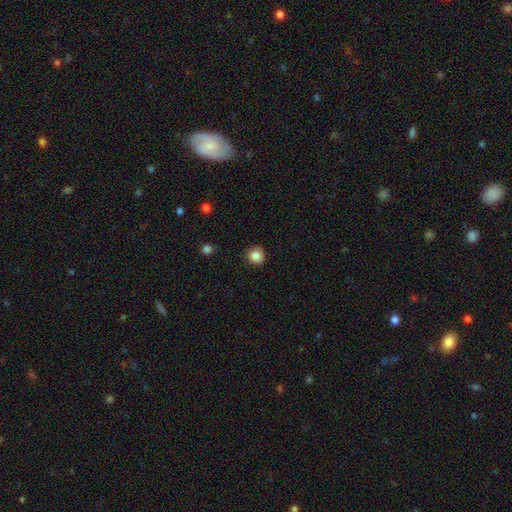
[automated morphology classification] type=smooth (85%); roundness=round (93%); merging=none (89%).